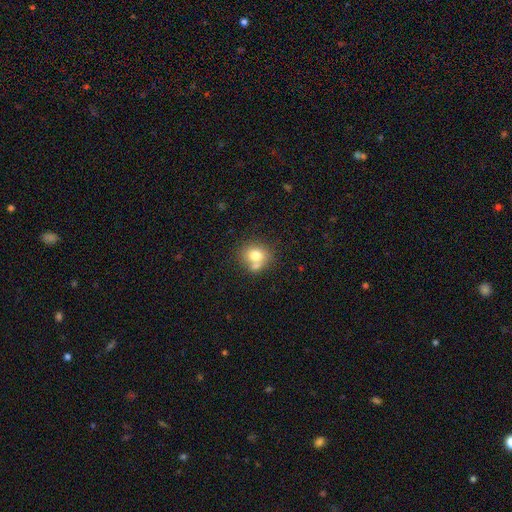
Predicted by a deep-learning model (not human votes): Q: Smooth or featured?
A: smooth (75%); runner-up: featured or disk (14%)
Q: How rounded?
A: round (70%); runner-up: in between (30%)
Q: Merging?
A: none (52%); runner-up: merger (30%)